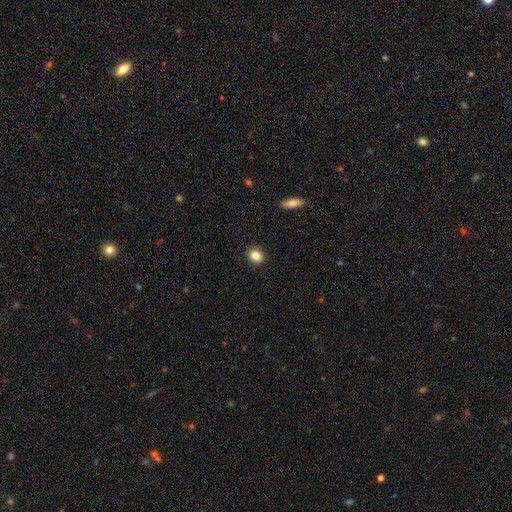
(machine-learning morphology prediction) This is clearly a smooth galaxy (86%). How rounded: likely round (73%). Merging: clearly none (91%).